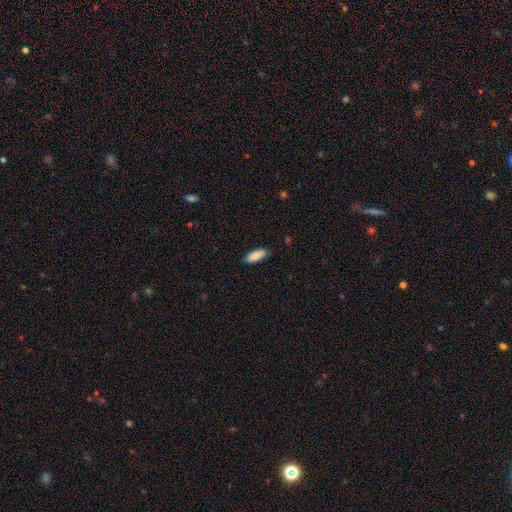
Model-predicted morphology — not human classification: Smooth or featured? smooth (86%)
How rounded? in between (76%)
Merging? none (86%)